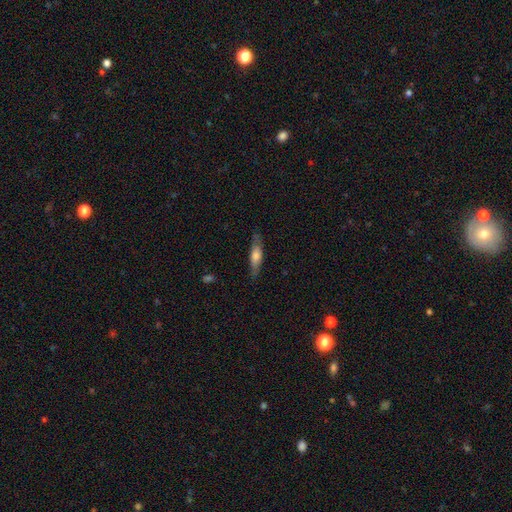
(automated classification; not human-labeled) Smooth or featured?
  - smooth: 54% *
  - featured or disk: 40%
  - star or artifact: 6%
How rounded?
  - cigar-shaped: 70% *
  - in between: 28%
  - round: 2%
Merging?
  - none: 80% *
  - minor disturbance: 15%
  - major disturbance: 3%
  - merger: 1%